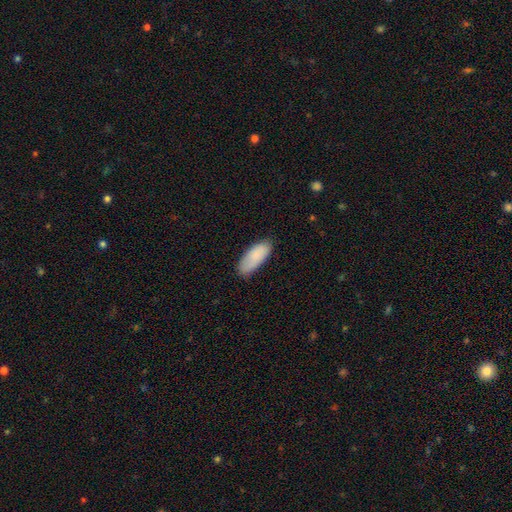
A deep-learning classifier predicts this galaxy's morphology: The model was most divided on "merging": none: 81%, minor disturbance: 15%, major disturbance: 3%, merger: 1%. More confident: smooth or featured — smooth (87%); how rounded — in between (83%).